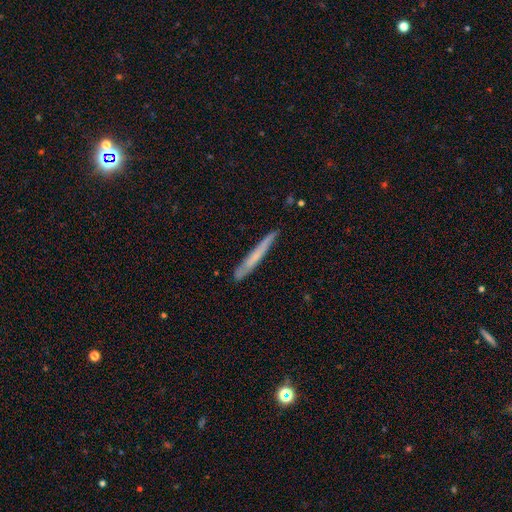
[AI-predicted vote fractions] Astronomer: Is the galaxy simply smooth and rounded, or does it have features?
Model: smooth — 57% (runner-up: featured or disk, 37%).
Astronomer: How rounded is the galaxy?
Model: cigar-shaped — 96%.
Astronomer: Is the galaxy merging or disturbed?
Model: none — 84%.